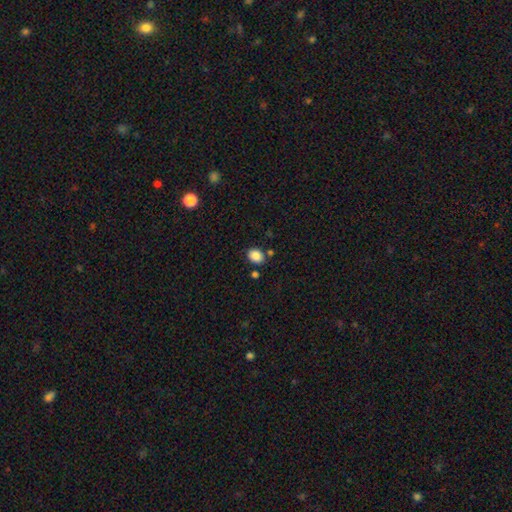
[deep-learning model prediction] The model was most divided on "how rounded": in between: 60%, round: 39%, cigar-shaped: 1%. More confident: smooth or featured — smooth (87%); merging — none (81%).